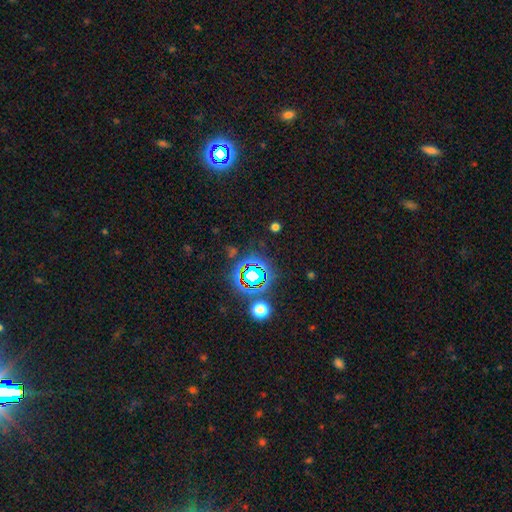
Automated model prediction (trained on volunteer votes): Smooth or featured? Predicted: star or artifact (p=0.78).